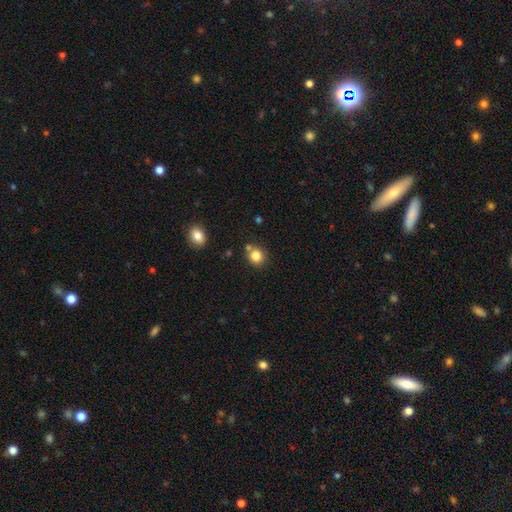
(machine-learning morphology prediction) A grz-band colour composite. It shows a smooth galaxy with no disk features (83%) that is round (85%). Merging: none (73%).